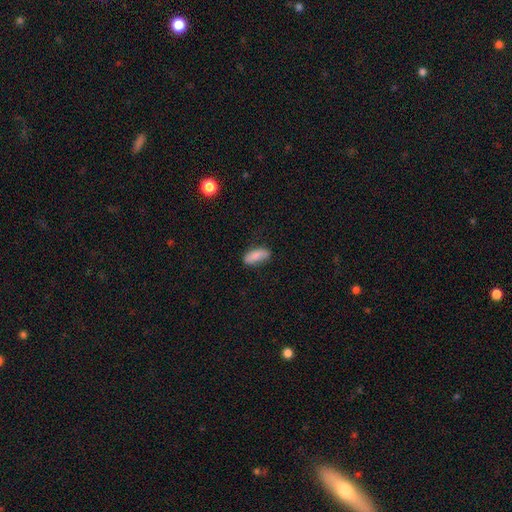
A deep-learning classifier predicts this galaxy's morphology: This is clearly a smooth galaxy (82%). How rounded: likely in between (79%). Merging: likely none (76%).